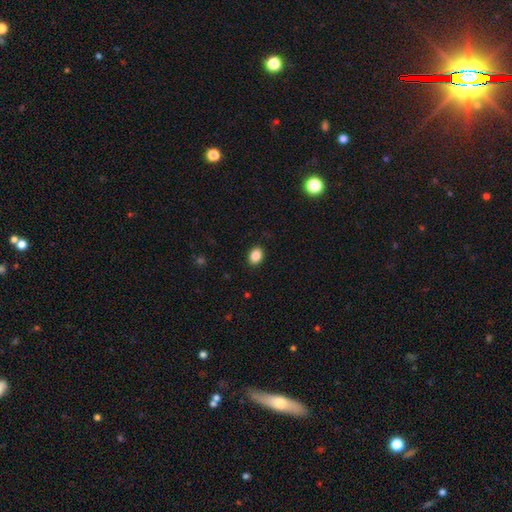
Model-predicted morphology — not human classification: This is clearly a smooth galaxy (87%). How rounded: likely in between (67%). Merging: clearly none (90%).